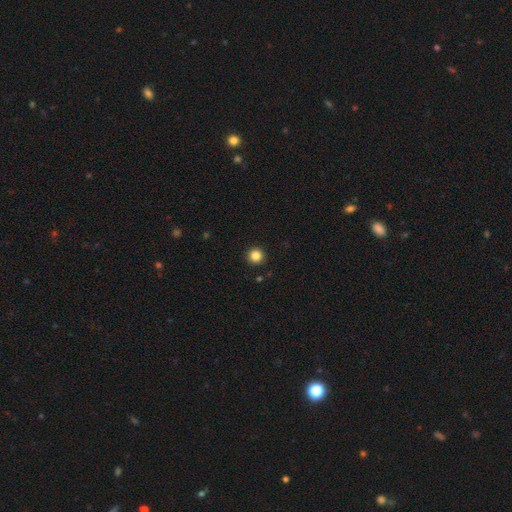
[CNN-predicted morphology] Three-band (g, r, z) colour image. It shows a smooth galaxy with no disk features (85%) that is round (96%). Merging: none (93%).